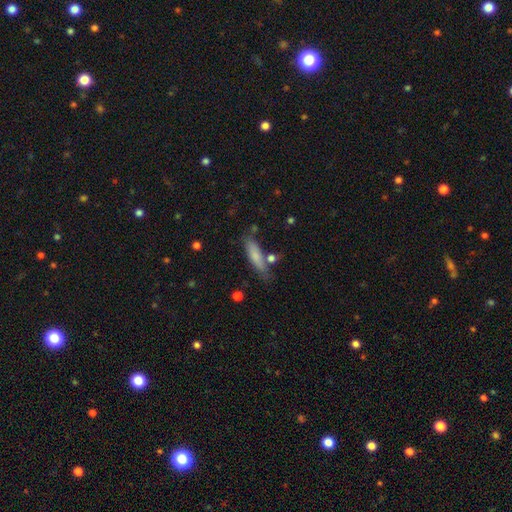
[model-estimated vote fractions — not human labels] A smooth galaxy with no disk features (76%) that is cigar-shaped (68%). Merging: none (67%).